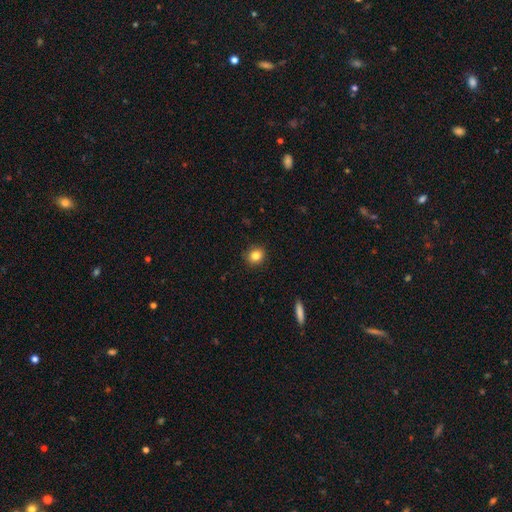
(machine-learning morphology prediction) Smooth or featured: smooth — 83% (star or artifact — 10%)
How rounded: round — 78% (in between — 21%)
Merging: none — 90% (minor disturbance — 7%)